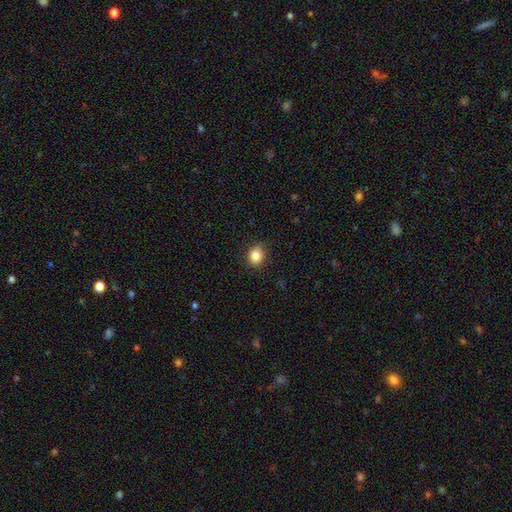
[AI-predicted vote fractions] Smooth or featured: smooth — 85% (star or artifact — 10%)
How rounded: round — 55% (in between — 44%)
Merging: none — 87% (minor disturbance — 10%)